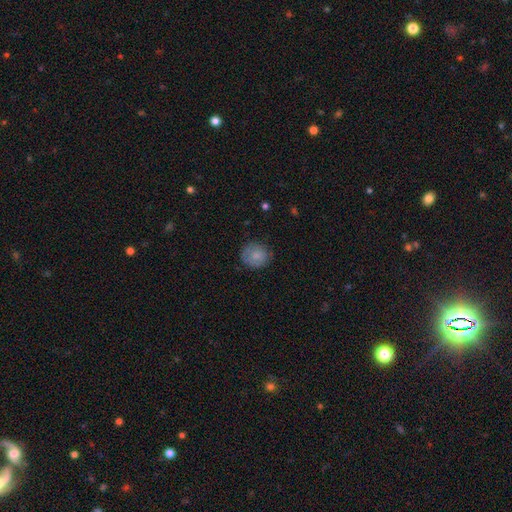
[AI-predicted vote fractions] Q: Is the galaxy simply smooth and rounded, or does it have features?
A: smooth — 78%.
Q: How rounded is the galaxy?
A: round — 85%.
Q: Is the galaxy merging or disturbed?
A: none — 76%.